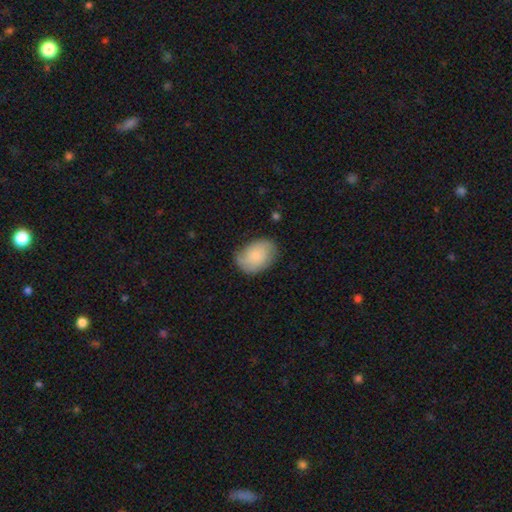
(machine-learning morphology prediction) Smooth or featured? Predicted: smooth (p=0.67). How rounded? Predicted: in between (p=0.76). Merging? Predicted: none (p=0.71).